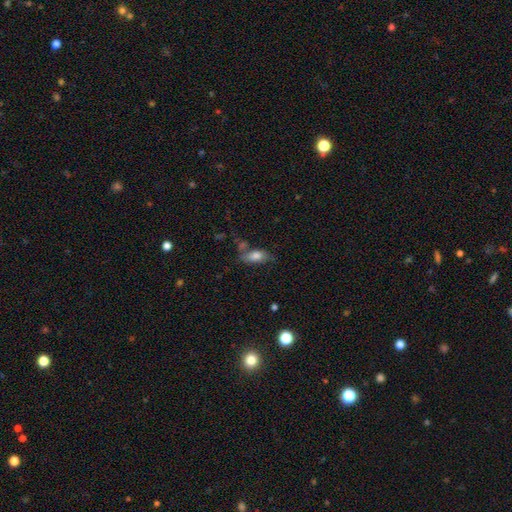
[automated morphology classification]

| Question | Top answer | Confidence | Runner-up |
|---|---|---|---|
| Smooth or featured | smooth | 76% | featured or disk (16%) |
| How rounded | in between | 86% | cigar-shaped (10%) |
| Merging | none | 55% | minor disturbance (21%) |